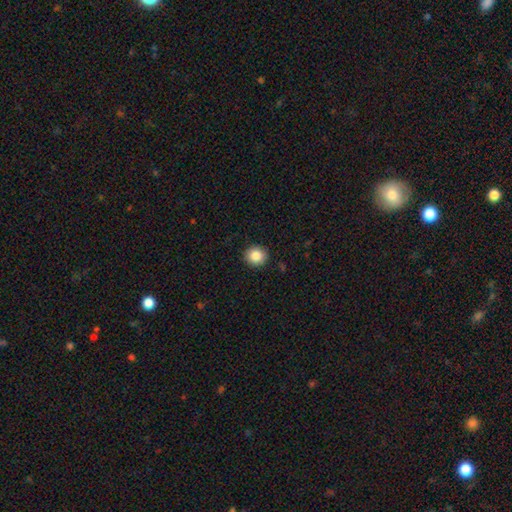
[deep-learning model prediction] Q: Smooth or featured?
A: smooth (86%); runner-up: star or artifact (9%)
Q: How rounded?
A: round (87%); runner-up: in between (12%)
Q: Merging?
A: none (91%); runner-up: minor disturbance (6%)